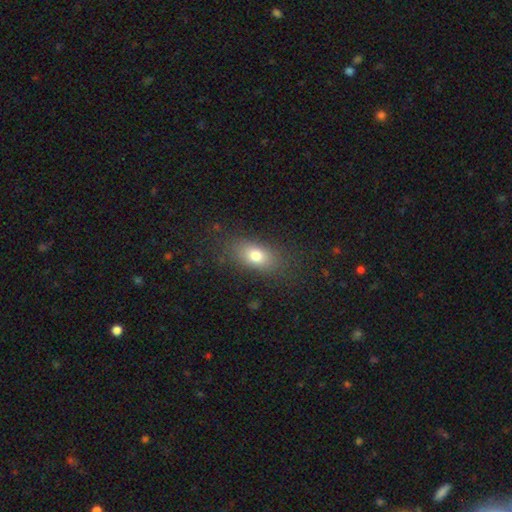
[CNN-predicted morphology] Smooth or featured?
  - smooth: 77% *
  - featured or disk: 13%
  - star or artifact: 10%
How rounded?
  - in between: 82% *
  - round: 12%
  - cigar-shaped: 6%
Merging?
  - none: 82% *
  - minor disturbance: 11%
  - major disturbance: 5%
  - merger: 1%